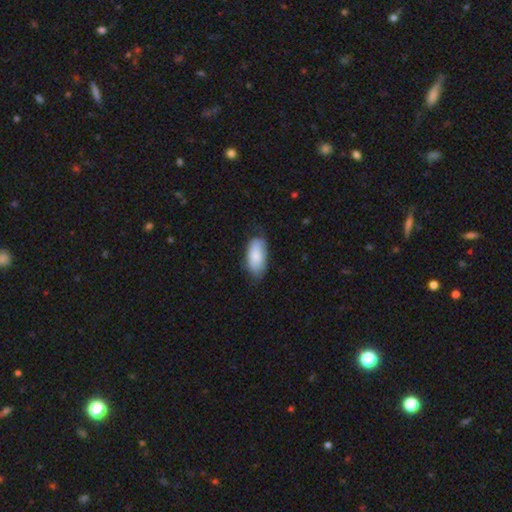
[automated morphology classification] Smooth or featured: smooth — 83% (featured or disk — 11%)
How rounded: in between — 92% (cigar-shaped — 5%)
Merging: none — 62% (minor disturbance — 30%)